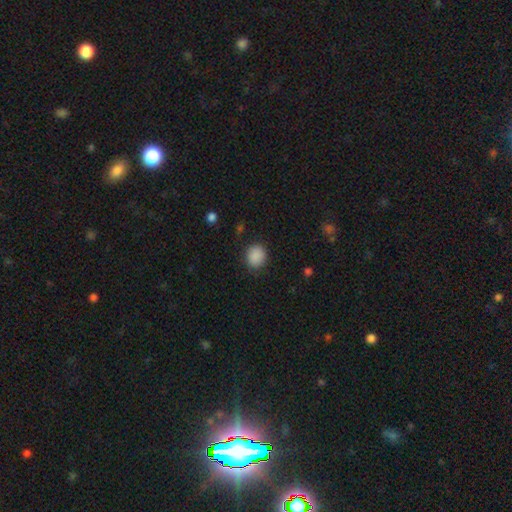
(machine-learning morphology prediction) Smooth or featured?
  - smooth: 88% *
  - star or artifact: 9%
  - featured or disk: 3%
How rounded?
  - round: 73% *
  - in between: 26%
  - cigar-shaped: 1%
Merging?
  - none: 86% *
  - minor disturbance: 10%
  - major disturbance: 3%
  - merger: 1%